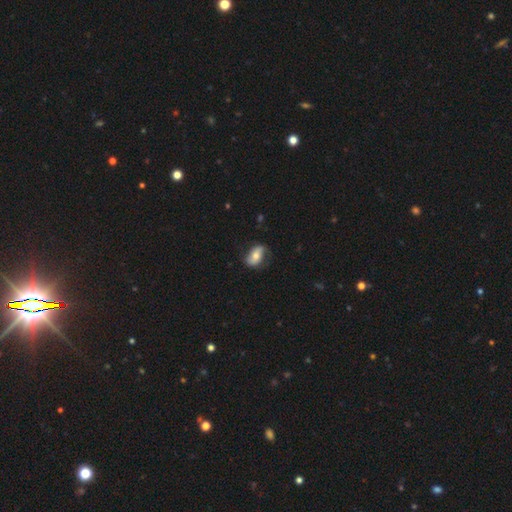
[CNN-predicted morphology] Smooth or featured: smooth — 48% (featured or disk — 45%)
Merging: none — 68% (minor disturbance — 23%)